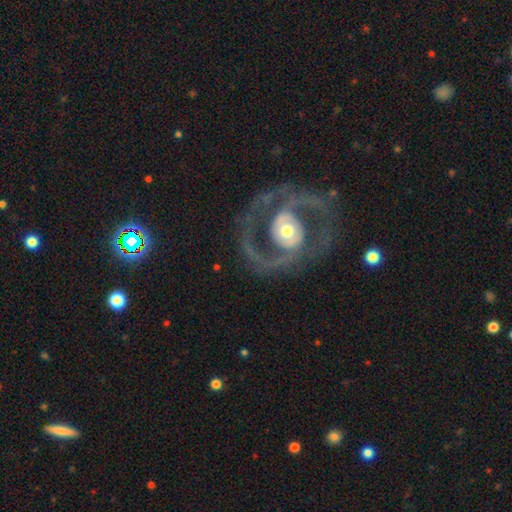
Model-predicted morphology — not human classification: Smooth or featured? Predicted: featured or disk (p=0.87). Edge-on disk? Predicted: no (p=0.97). Bar? Predicted: no (p=0.50). Spiral arms? Predicted: yes (p=0.83). Spiral winding? Predicted: medium (p=0.50). Spiral arm count? Predicted: 2 (p=0.83). Bulge size? Predicted: moderate (p=0.54). Merging? Predicted: none (p=0.75).